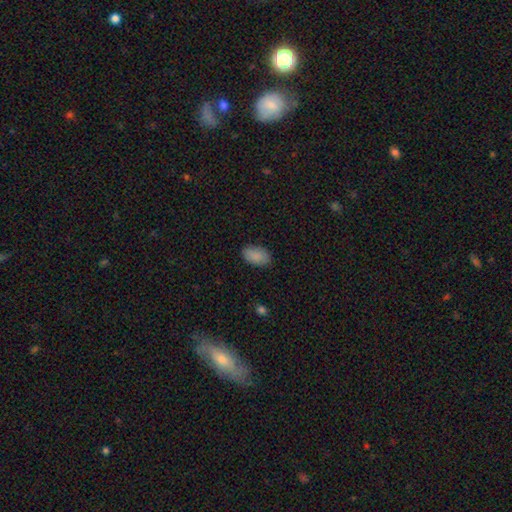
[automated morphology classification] A smooth galaxy with no disk features (89%) that is in between round and cigar-shaped (93%). Merging: none (85%).